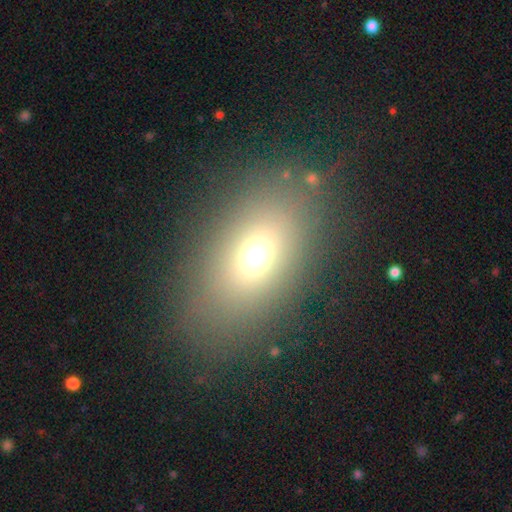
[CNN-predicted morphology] Smooth or featured?
  - smooth: 66% *
  - star or artifact: 17%
  - featured or disk: 17%
How rounded?
  - in between: 76% *
  - round: 21%
  - cigar-shaped: 2%
Merging?
  - none: 82% *
  - minor disturbance: 10%
  - major disturbance: 7%
  - merger: 2%